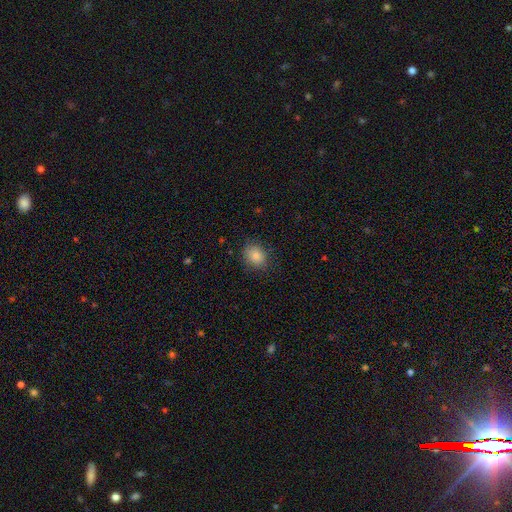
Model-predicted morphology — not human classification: This is clearly a smooth galaxy (85%). How rounded: possibly round (57%). Merging: clearly none (83%).